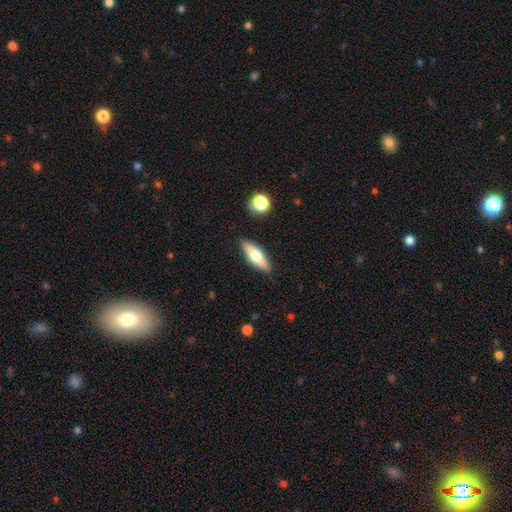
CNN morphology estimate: Smooth or featured: smooth — 55% (featured or disk — 38%)
How rounded: in between — 49% (cigar-shaped — 48%)
Merging: none — 87% (minor disturbance — 9%)